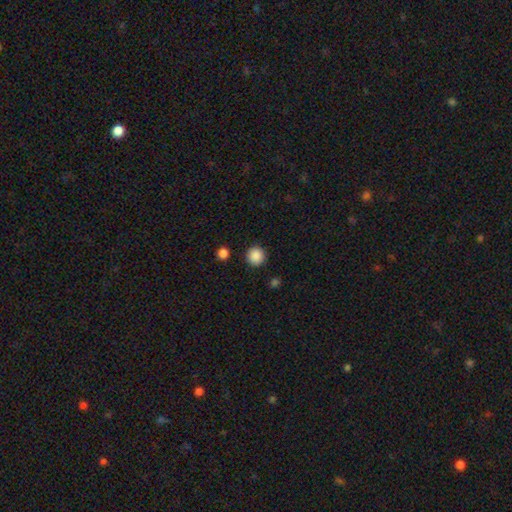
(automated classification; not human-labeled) This appears to be a smooth galaxy with no disk features (88%) that is round (95%). Merging: none (91%).